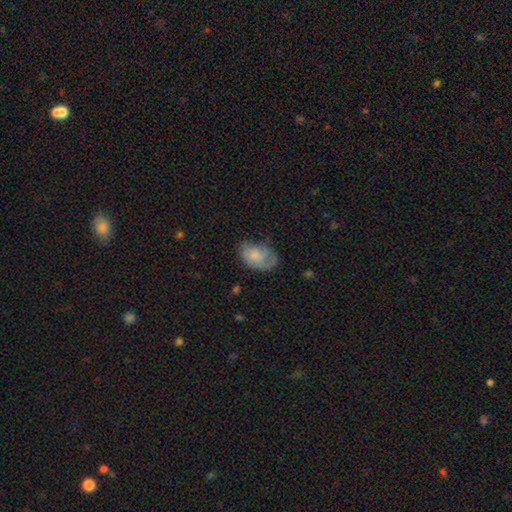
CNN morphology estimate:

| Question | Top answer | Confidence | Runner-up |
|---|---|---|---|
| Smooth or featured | smooth | 61% | featured or disk (32%) |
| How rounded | in between | 87% | round (12%) |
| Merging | none | 49% | minor disturbance (31%) |